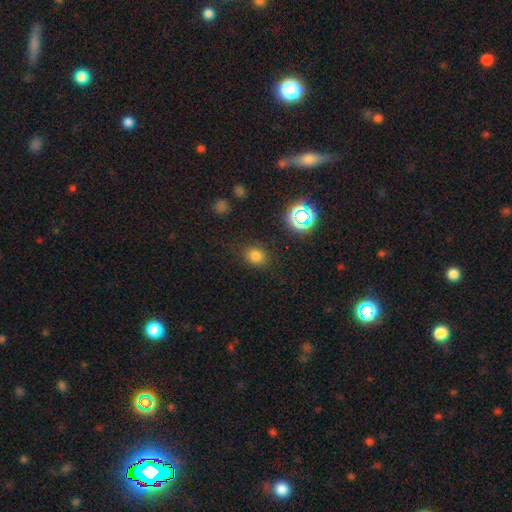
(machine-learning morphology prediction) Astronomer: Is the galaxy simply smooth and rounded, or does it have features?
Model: smooth — 74%.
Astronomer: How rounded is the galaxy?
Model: round — 62% (runner-up: in between, 37%).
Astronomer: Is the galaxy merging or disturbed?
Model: none — 85%.